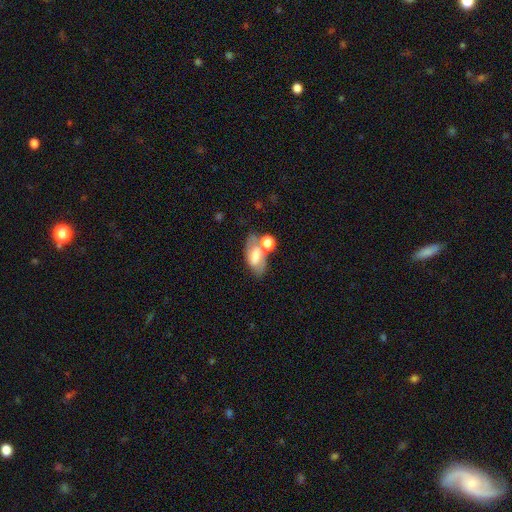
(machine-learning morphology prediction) Overall: smooth (55%; featured or disk 36%). How rounded: in between (87%). Merging: none (42%; merger 33%).